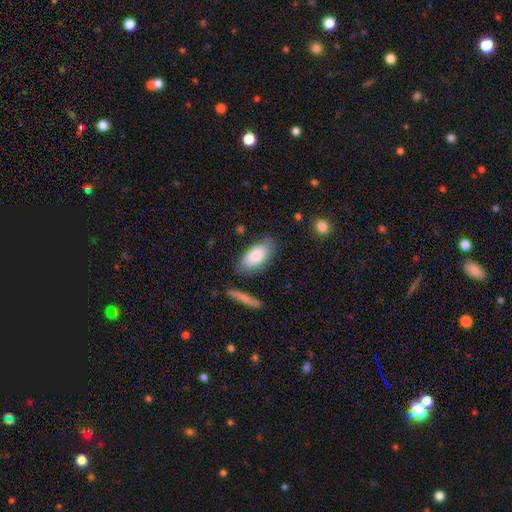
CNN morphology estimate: A smooth galaxy with no disk features (81%) that is in between round and cigar-shaped (92%). Merging: none (74%).